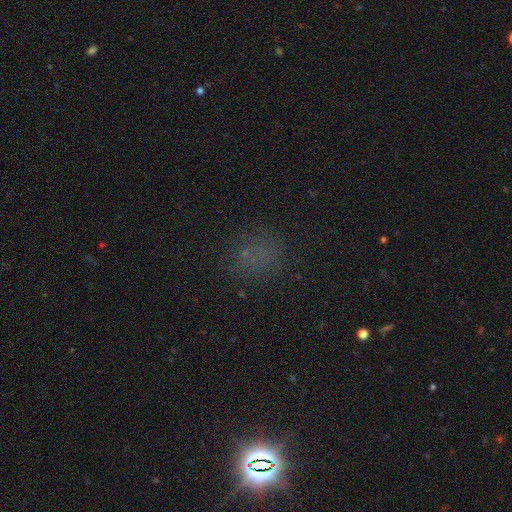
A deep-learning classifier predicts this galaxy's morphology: Smooth or featured? smooth (55%)
How rounded? round (74%)
Merging? none (81%)